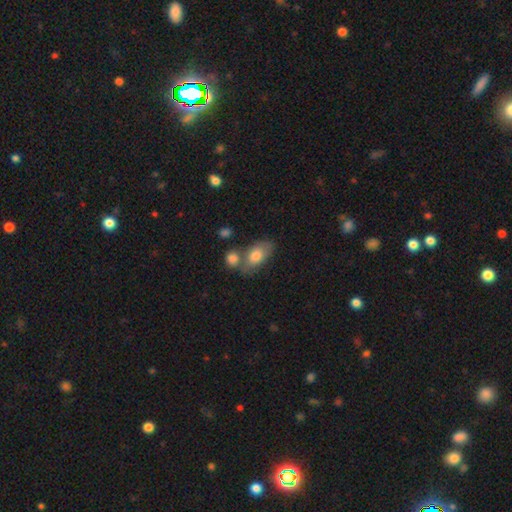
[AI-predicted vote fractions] A smooth galaxy with no disk features (77%) that is in between round and cigar-shaped (89%). Merging: none (47%).